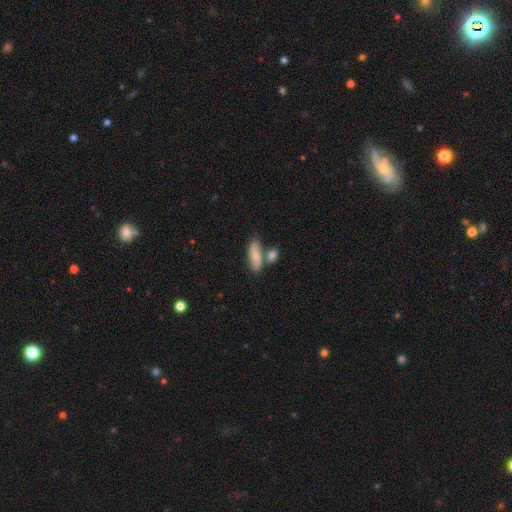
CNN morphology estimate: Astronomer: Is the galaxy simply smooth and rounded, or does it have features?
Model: smooth — 75%.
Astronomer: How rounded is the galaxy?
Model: in between — 64%.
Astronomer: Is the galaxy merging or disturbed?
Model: none — 55%.